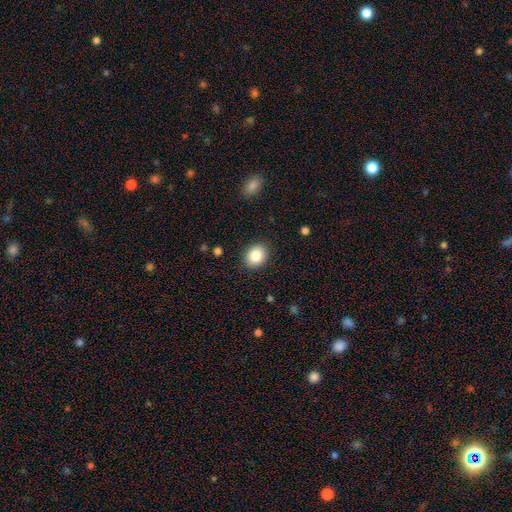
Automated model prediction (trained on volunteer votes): smooth 86%, star or artifact 8%, featured or disk 6%. Down the decision tree: how rounded — round (50%); merging — none (88%).